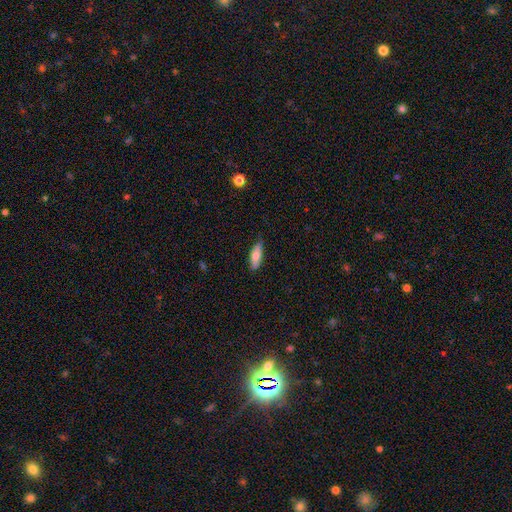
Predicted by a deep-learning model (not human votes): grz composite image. It shows a smooth galaxy with no disk features (73%) that is in between round and cigar-shaped (64%). Merging: none (78%).